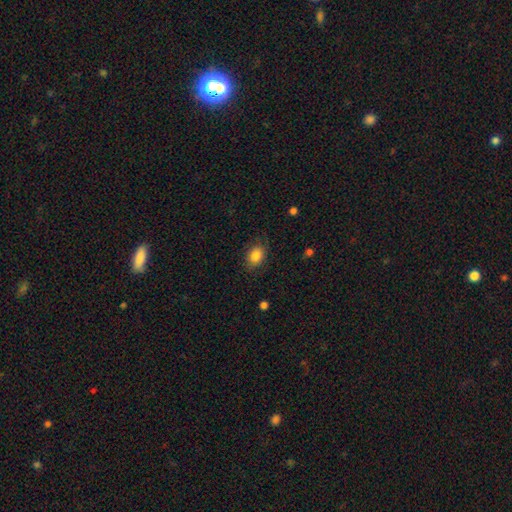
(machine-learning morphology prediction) Smooth or featured?
  - smooth: 85% *
  - star or artifact: 9%
  - featured or disk: 7%
How rounded?
  - in between: 69% *
  - round: 30%
  - cigar-shaped: 1%
Merging?
  - none: 82% *
  - minor disturbance: 13%
  - major disturbance: 4%
  - merger: 1%